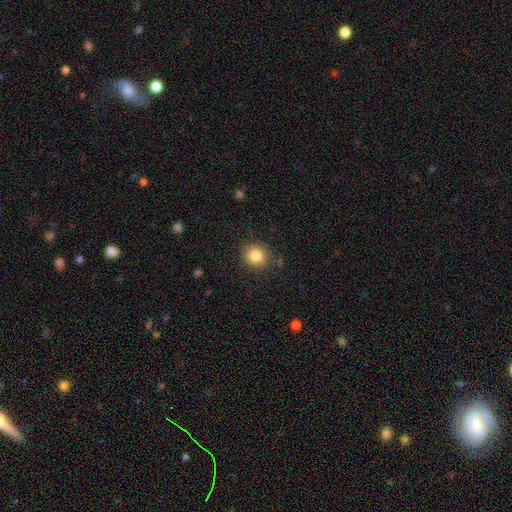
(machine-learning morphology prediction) smooth 84%, star or artifact 10%, featured or disk 6%. Down the decision tree: how rounded — round (80%); merging — none (85%).